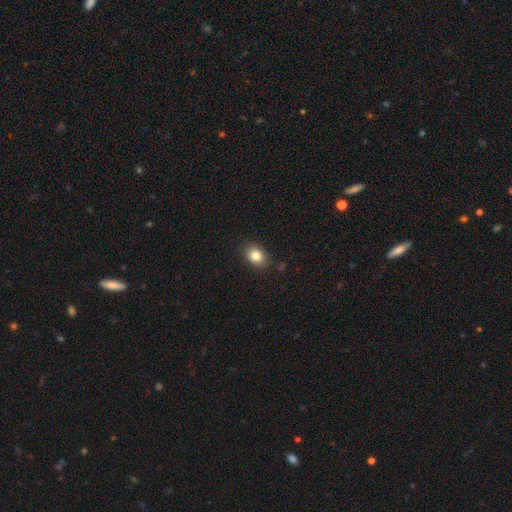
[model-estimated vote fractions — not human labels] Overall: smooth (84%). How rounded: in between (66%; round 33%). Merging: none (88%).